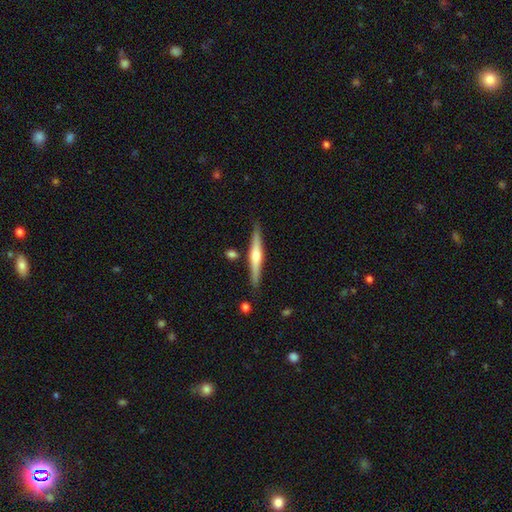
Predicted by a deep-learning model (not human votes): This appears to be a featured or disk galaxy (66%) viewed edge-on (97%) with a rounded central bulge (86%). Merging: none (86%).